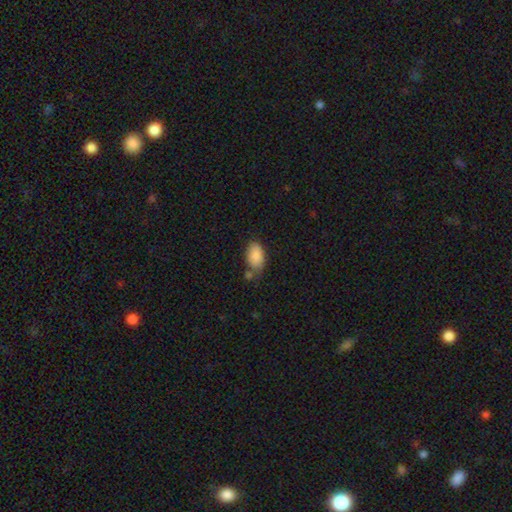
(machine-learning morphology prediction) A smooth galaxy with no disk features (87%) that is in between round and cigar-shaped (92%). Merging: none (60%).